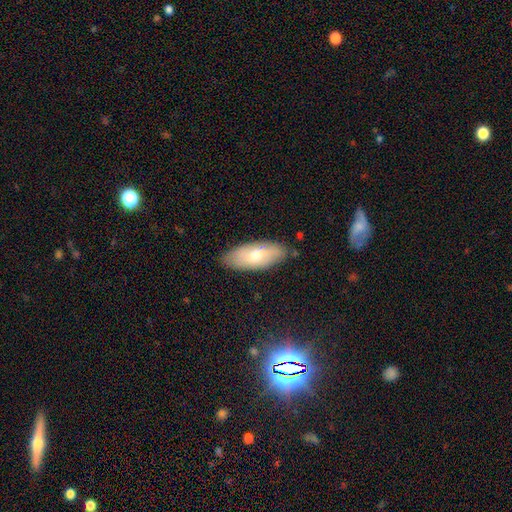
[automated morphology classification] This appears to be a smooth galaxy with no disk features (61%) that is in between round and cigar-shaped (85%). Merging: none (82%).